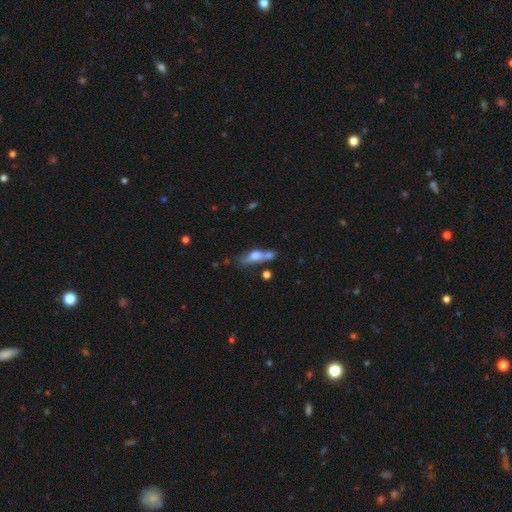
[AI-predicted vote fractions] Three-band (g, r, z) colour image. It shows a featured or disk galaxy (51%) viewed edge-on (77%). Merging: none (48%).